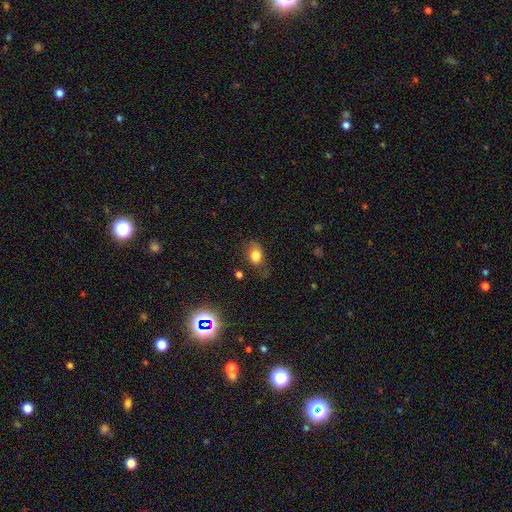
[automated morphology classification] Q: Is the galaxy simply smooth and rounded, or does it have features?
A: smooth — 79%.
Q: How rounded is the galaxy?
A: in between — 74%.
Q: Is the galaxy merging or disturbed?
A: none — 64%.